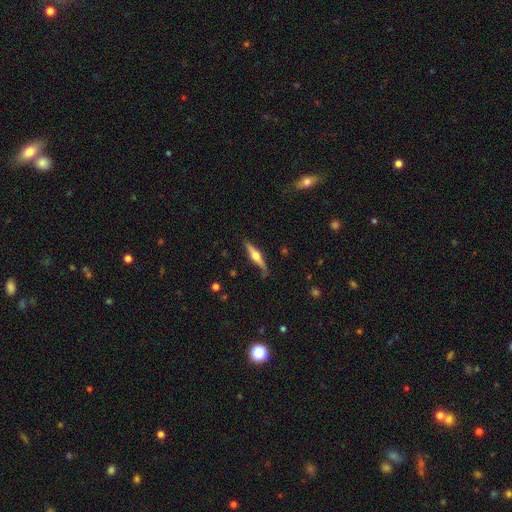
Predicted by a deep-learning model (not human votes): This appears to be a featured or disk galaxy (65%) viewed edge-on (96%) with a rounded central bulge (93%). Merging: none (80%).